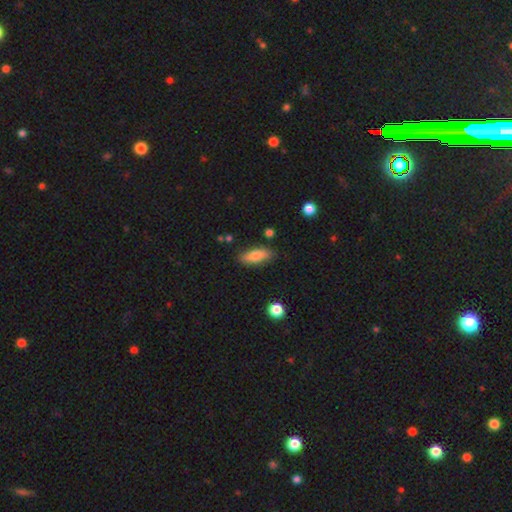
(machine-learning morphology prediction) smooth 74%, featured or disk 20%, star or artifact 7%. Down the decision tree: how rounded — in between (68%); merging — none (83%).